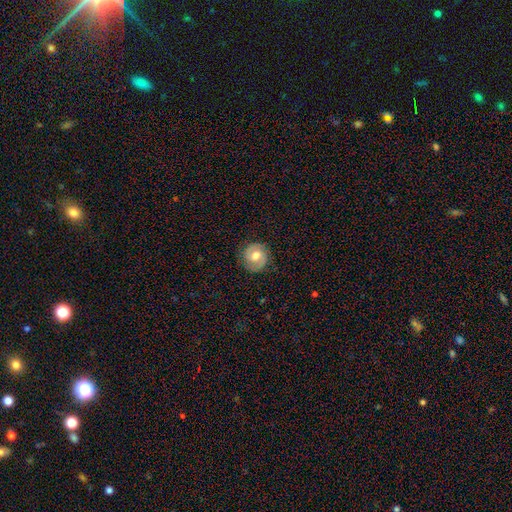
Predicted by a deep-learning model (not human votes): This appears to be a featured or disk galaxy (54%) with a weak bar (46%), spiral arms (81%) and a moderate central bulge (71%). Merging: none (85%).